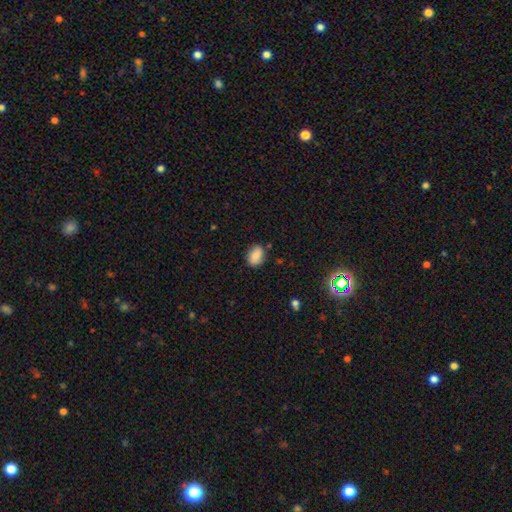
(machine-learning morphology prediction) Overall: smooth (80%). How rounded: in between (66%; round 33%). Merging: none (78%).